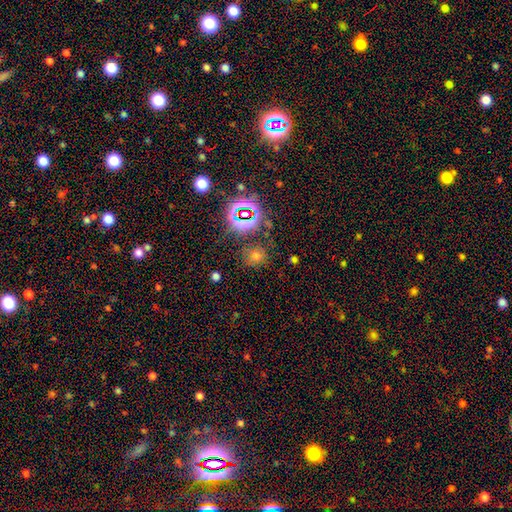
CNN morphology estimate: smooth 50%, star or artifact 42%, featured or disk 9%. Down the decision tree: merging — none (80%).